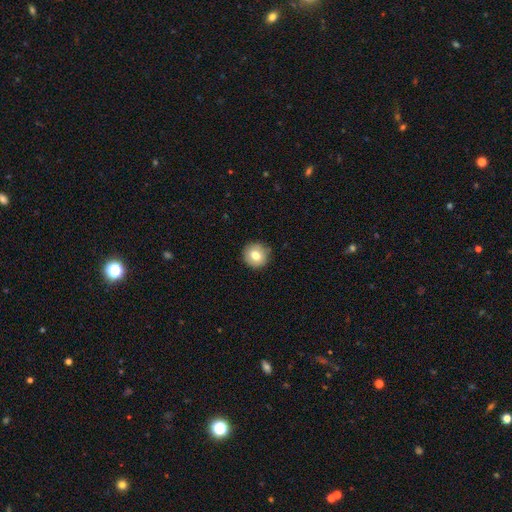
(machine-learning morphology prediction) smooth_or_featured: smooth (p=0.77) [alt: featured or disk p=0.14]
how_rounded: round (p=0.92) [alt: in between p=0.07]
merging: none (p=0.88) [alt: minor disturbance p=0.09]